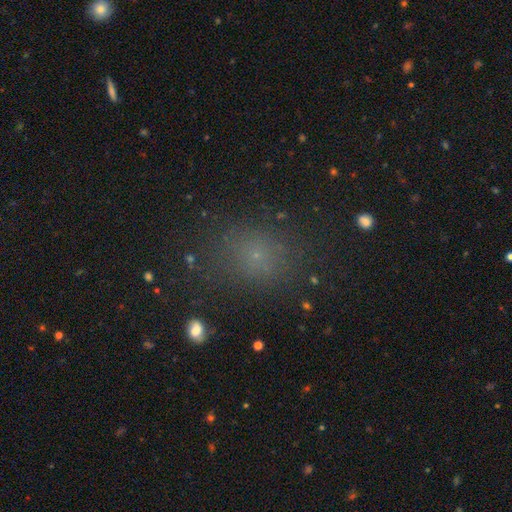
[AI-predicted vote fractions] This is likely a smooth galaxy (62%). How rounded: possibly round (58%). Merging: clearly none (81%).